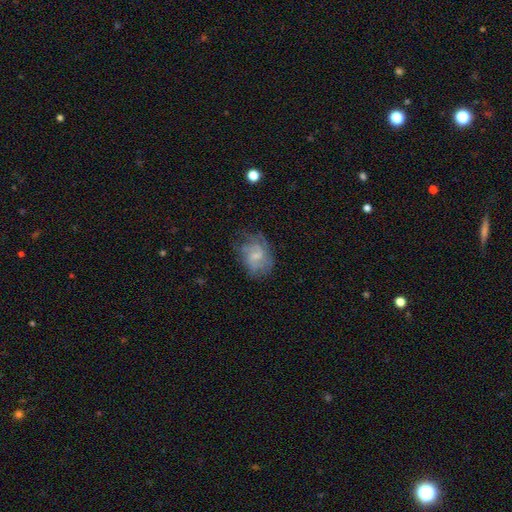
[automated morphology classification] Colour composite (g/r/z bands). It shows a featured or disk galaxy (53%) with a weak bar (48%), spiral arms (72%) and a small central bulge (48%). Merging: none (53%).